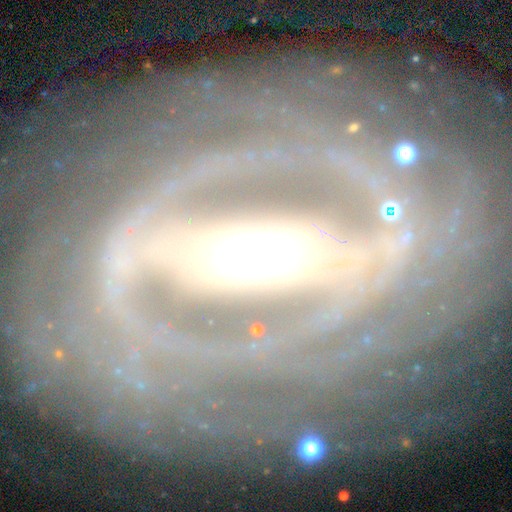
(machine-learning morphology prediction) Overall: featured or disk (92%). Edge-on disk: no (87%). Bar: strong (80%). Spiral arms: yes (88%). Spiral arm count: 2 (40%; can't tell 22%). Spiral winding: tight (68%). Bulge size: moderate (52%; small 23%). Merging: none (75%).